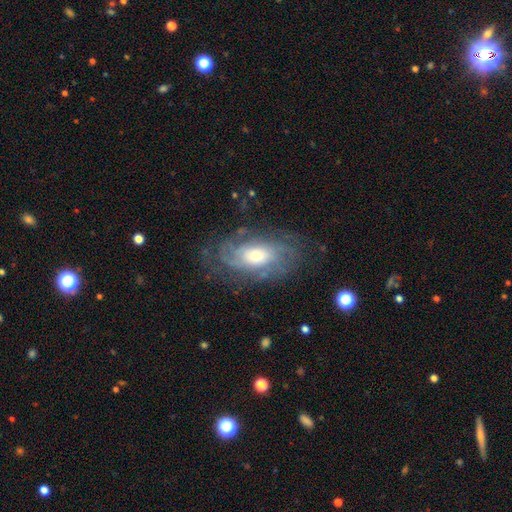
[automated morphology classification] Smooth or featured?
  - featured or disk: 77% *
  - smooth: 16%
  - star or artifact: 7%
Edge-on disk?
  - no: 93% *
  - yes: 7%
Bar?
  - no: 74% *
  - weak: 22%
  - strong: 5%
Spiral arms?
  - yes: 90% *
  - no: 10%
Spiral winding?
  - tight: 59% *
  - medium: 30%
  - loose: 11%
Spiral arm count?
  - can't tell: 50% *
  - 2: 14%
  - 3: 13%
  - 4: 11%
  - more than 4: 7%
  - 1: 5%
Bulge size?
  - moderate: 52% *
  - small: 28%
  - large: 16%
  - dominant: 2%
  - none: 2%
Merging?
  - none: 70% *
  - minor disturbance: 18%
  - major disturbance: 10%
  - merger: 1%